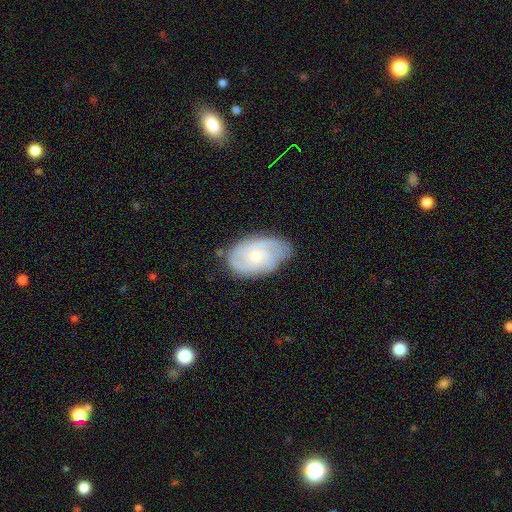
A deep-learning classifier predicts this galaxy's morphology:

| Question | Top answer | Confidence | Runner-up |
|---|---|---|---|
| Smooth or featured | featured or disk | 77% | smooth (17%) |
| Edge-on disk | no | 96% | yes (4%) |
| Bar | no | 71% | weak (25%) |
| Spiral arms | yes | 95% | no (5%) |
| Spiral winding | tight | 53% | medium (37%) |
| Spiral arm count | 3 | 33% | 2 (28%) |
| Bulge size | small | 58% | moderate (37%) |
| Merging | none | 72% | minor disturbance (21%) |